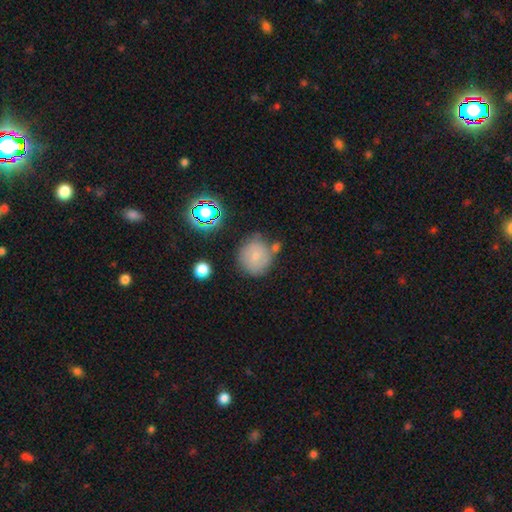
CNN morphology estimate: smooth-or-featured: smooth: 66% | featured or disk: 22% | star or artifact: 12%
  how-rounded: round: 88% | in between: 11% | cigar-shaped: 1%
  merging: none: 64% | minor disturbance: 18% | merger: 12% | major disturbance: 5%